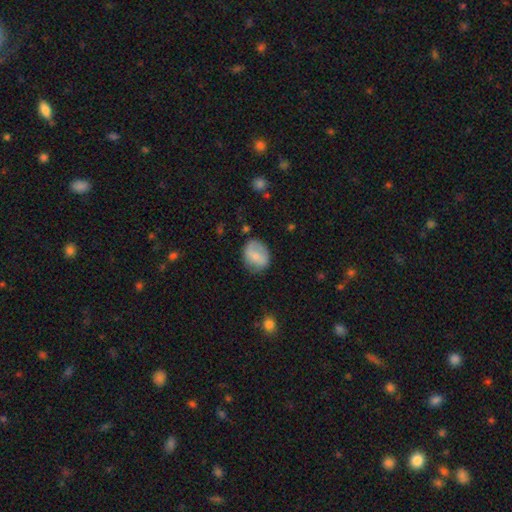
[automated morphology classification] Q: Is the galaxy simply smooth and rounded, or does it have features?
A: smooth — 61%.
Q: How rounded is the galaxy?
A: round — 54%.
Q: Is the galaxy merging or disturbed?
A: none — 67%.